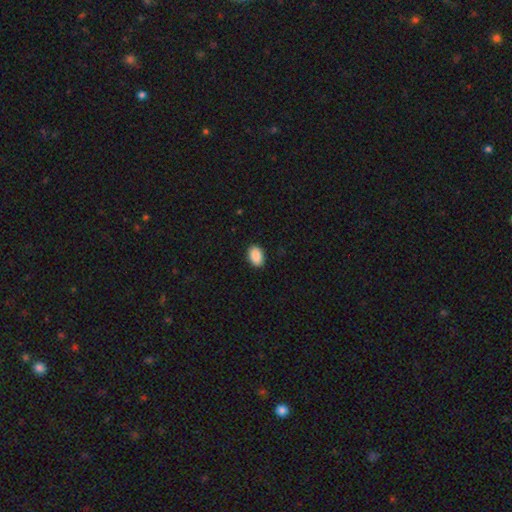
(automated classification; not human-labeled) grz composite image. It shows a smooth galaxy with no disk features (90%) that is in between round and cigar-shaped (87%). Merging: none (90%).